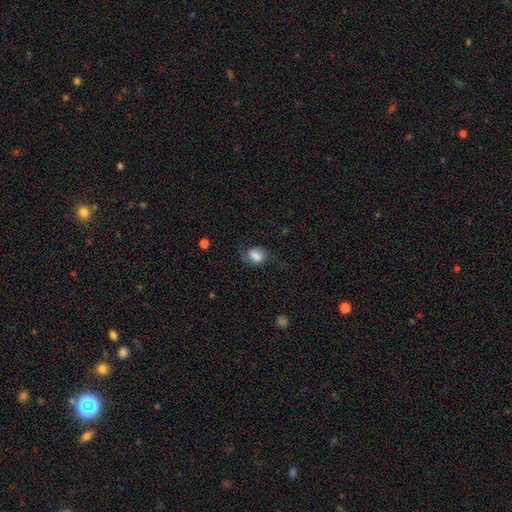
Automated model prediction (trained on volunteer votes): smooth_or_featured: smooth (p=0.77) [alt: featured or disk p=0.14]
how_rounded: in between (p=0.63) [alt: round p=0.36]
merging: none (p=0.56) [alt: minor disturbance p=0.27]